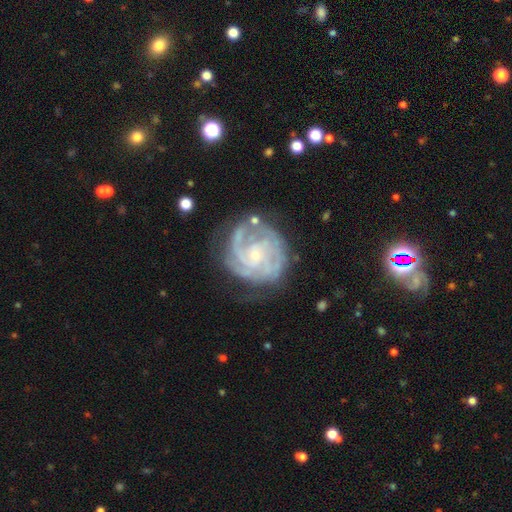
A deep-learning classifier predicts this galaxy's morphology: The model was most divided on "spiral arm count": 3: 31%, can't tell: 22%, 4: 19%, 2: 16%, more than 4: 6%, 1: 6%. More confident: edge-on disk — no (98%); spiral arms — yes (97%); smooth or featured — featured or disk (89%); bulge size — small (78%); merging — none (67%); bar — no (67%); spiral winding — tight (67%).